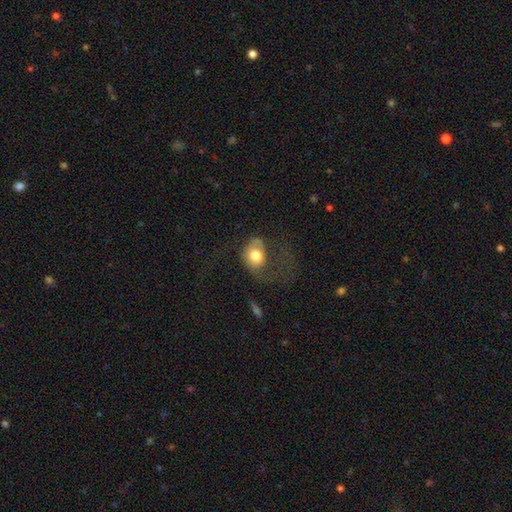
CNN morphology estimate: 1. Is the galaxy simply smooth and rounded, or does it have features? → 66% smooth, 26% featured or disk, 7% star or artifact.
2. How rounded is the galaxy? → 59% in between, 40% round, 1% cigar-shaped.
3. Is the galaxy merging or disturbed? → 55% major disturbance, 23% none, 19% minor disturbance, 3% merger.